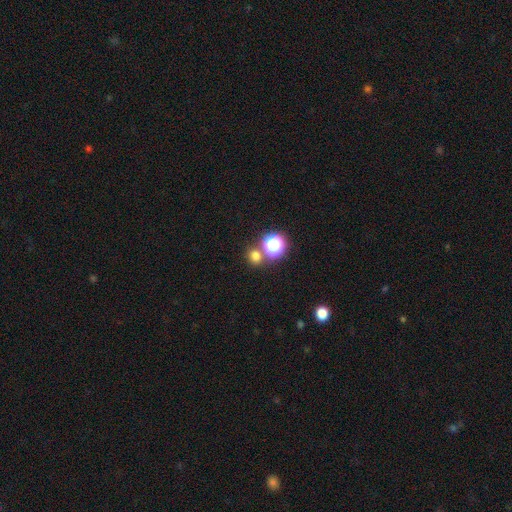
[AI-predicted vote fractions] Smooth or featured: smooth — 70% (star or artifact — 24%)
How rounded: round — 82% (in between — 17%)
Merging: none — 69% (merger — 21%)